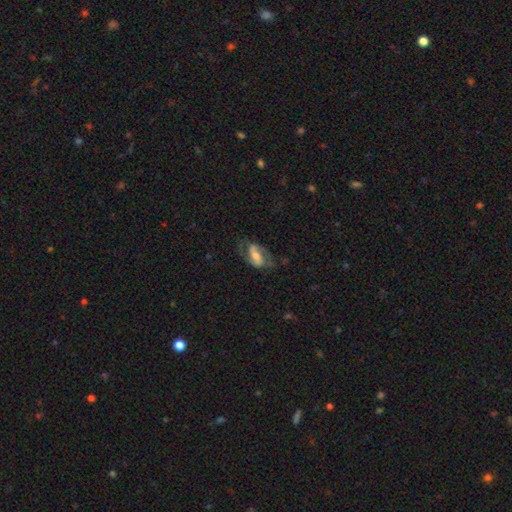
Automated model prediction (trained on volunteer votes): A featured or disk galaxy (65%) with a strong bar (39%), spiral arms (78%) and a moderate central bulge (56%). Merging: none (60%).